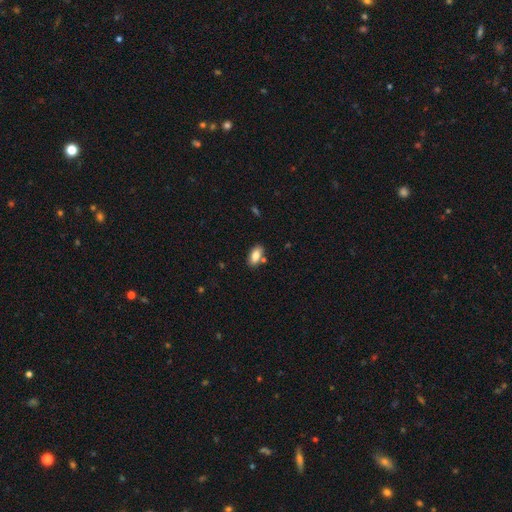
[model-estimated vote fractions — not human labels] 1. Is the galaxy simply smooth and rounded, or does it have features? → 81% smooth, 11% featured or disk, 7% star or artifact.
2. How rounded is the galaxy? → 91% in between, 6% cigar-shaped, 3% round.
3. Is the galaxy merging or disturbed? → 77% none, 12% minor disturbance, 9% merger, 3% major disturbance.